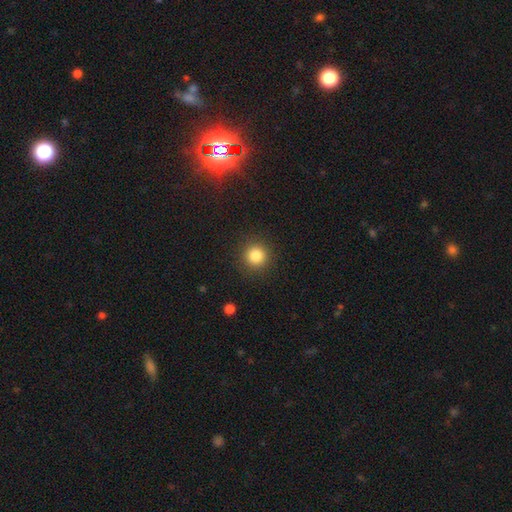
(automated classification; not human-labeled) Smooth or featured? smooth (84%)
How rounded? round (94%)
Merging? none (90%)